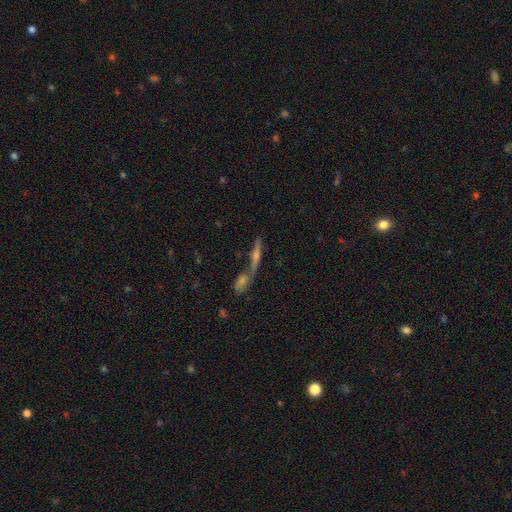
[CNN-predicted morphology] The model was most divided on "merging": merger: 49%, none: 38%, minor disturbance: 8%, major disturbance: 5%. More confident: edge-on disk — yes (83%); smooth or featured — featured or disk (58%).